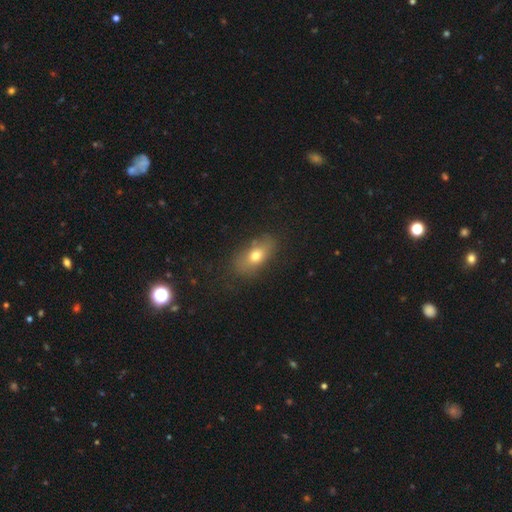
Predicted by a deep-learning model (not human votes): smooth_or_featured: smooth (p=0.70) [alt: featured or disk p=0.20]
how_rounded: in between (p=0.82) [alt: round p=0.10]
merging: none (p=0.73) [alt: minor disturbance p=0.19]